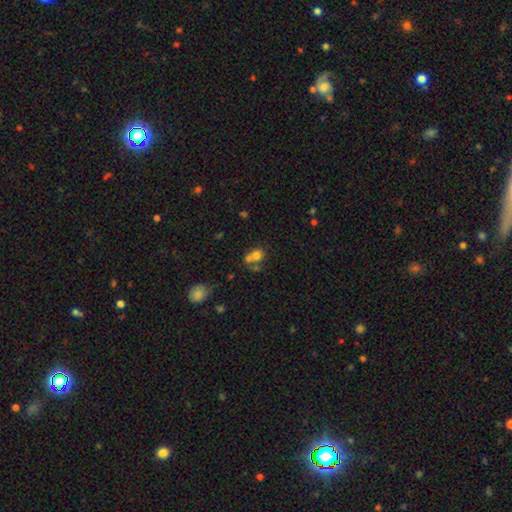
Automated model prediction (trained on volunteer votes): Overall: smooth (71%). How rounded: round (61%; in between 38%). Merging: merger (46%; none 36%).